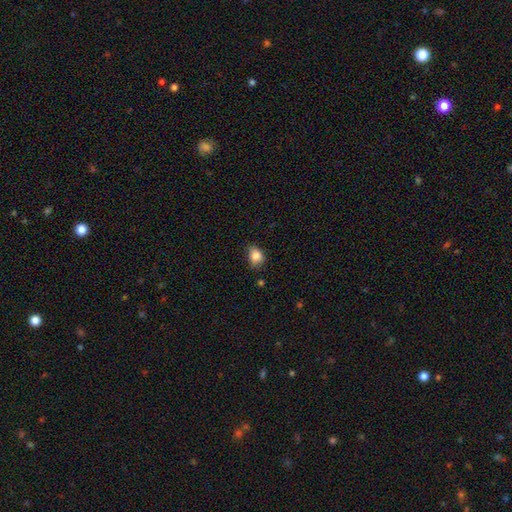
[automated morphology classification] This is clearly a smooth galaxy (84%). How rounded: likely in between (63%). Merging: possibly none (58%).